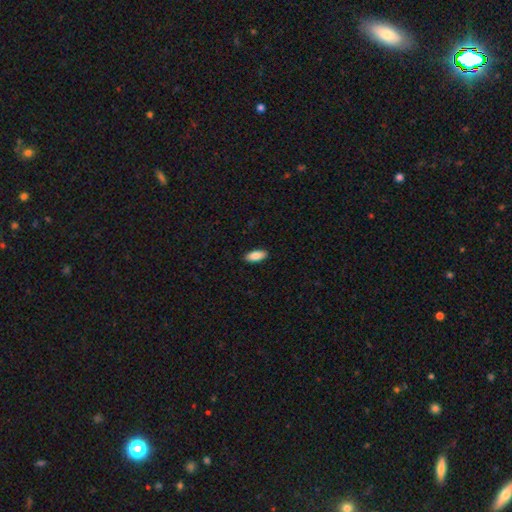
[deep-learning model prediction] Overall: smooth (88%). How rounded: in between (86%). Merging: none (90%).